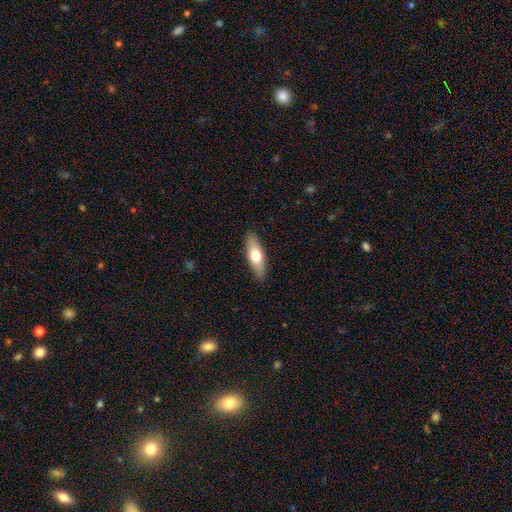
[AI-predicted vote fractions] A smooth galaxy with no disk features (64%) that is in between round and cigar-shaped (62%).

Vote fractions:
- Smooth or featured? smooth: 64% / featured or disk: 30% / star or artifact: 6%
- How rounded? in between: 62% / cigar-shaped: 35% / round: 3%
- Merging? none: 88% / minor disturbance: 9% / major disturbance: 2% / merger: 1%